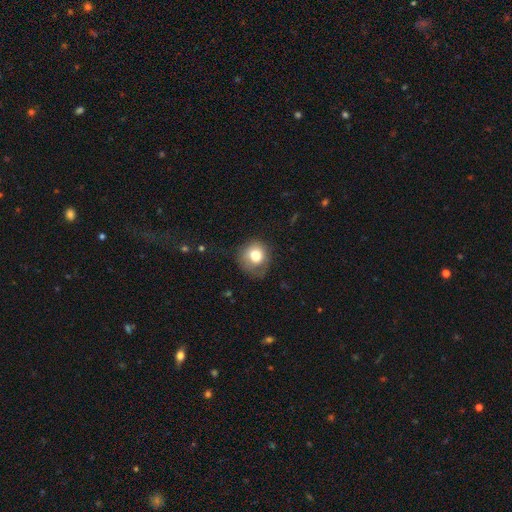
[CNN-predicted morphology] type=smooth (76%); roundness=round (82%); merging=none (60%).